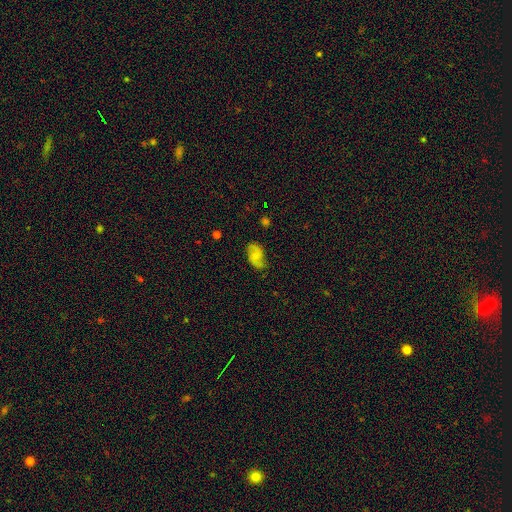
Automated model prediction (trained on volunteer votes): Smooth or featured: featured or disk — 53% (smooth — 39%)
Edge-on disk: no — 96% (yes — 4%)
Bar: no — 60% (weak — 34%)
Spiral arms: yes — 89% (no — 11%)
Bulge size: small — 51% (moderate — 30%)
Merging: none — 73% (minor disturbance — 20%)